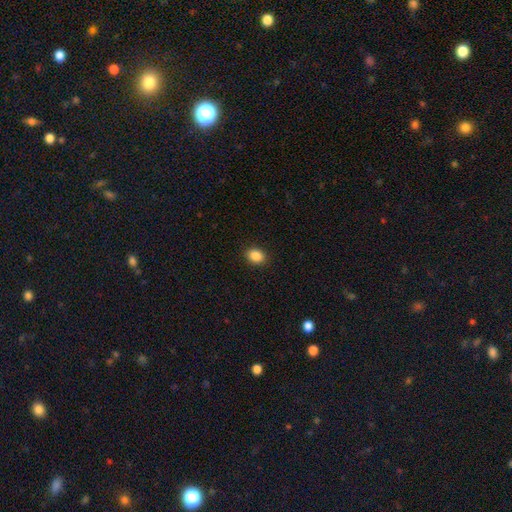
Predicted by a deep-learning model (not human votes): Q: Smooth or featured?
A: smooth (88%); runner-up: star or artifact (9%)
Q: How rounded?
A: in between (67%); runner-up: round (32%)
Q: Merging?
A: none (90%); runner-up: minor disturbance (7%)